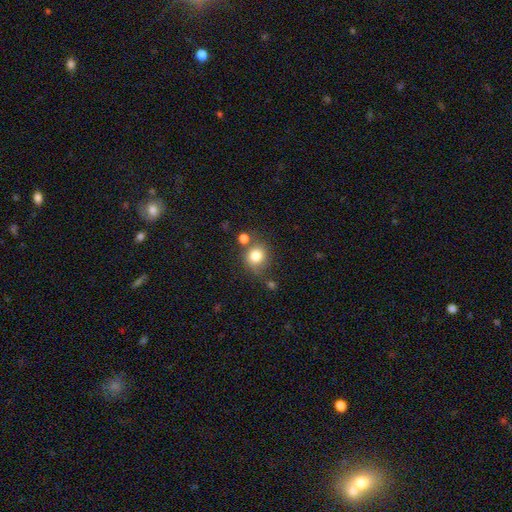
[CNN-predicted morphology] Smooth or featured? Predicted: smooth (p=0.80). How rounded? Predicted: round (p=0.83). Merging? Predicted: none (p=0.69).